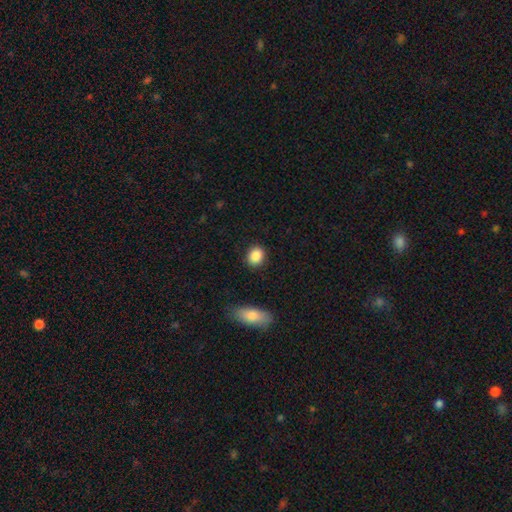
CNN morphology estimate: A smooth galaxy with no disk features (89%) that is round (57%). Merging: none (88%).